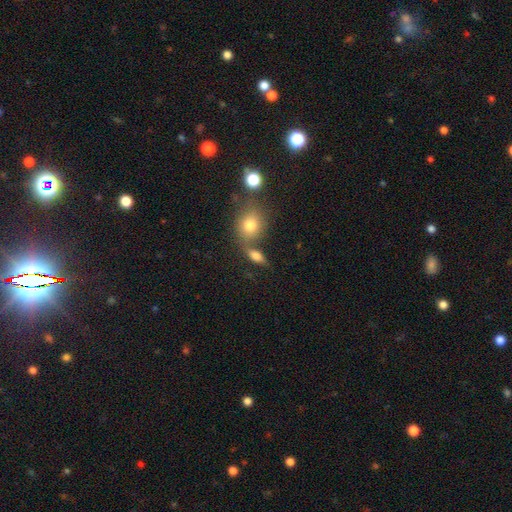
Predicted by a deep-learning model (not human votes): smooth_or_featured: smooth (p=0.72) [alt: featured or disk p=0.16]
how_rounded: in between (p=0.70) [alt: round p=0.15]
merging: none (p=0.53) [alt: merger p=0.27]